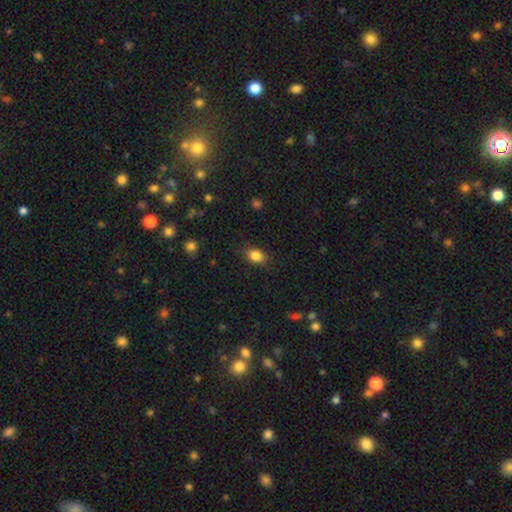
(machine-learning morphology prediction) Smooth or featured?
  - smooth: 85% *
  - star or artifact: 9%
  - featured or disk: 5%
How rounded?
  - in between: 76% *
  - round: 22%
  - cigar-shaped: 2%
Merging?
  - none: 84% *
  - minor disturbance: 12%
  - major disturbance: 3%
  - merger: 1%